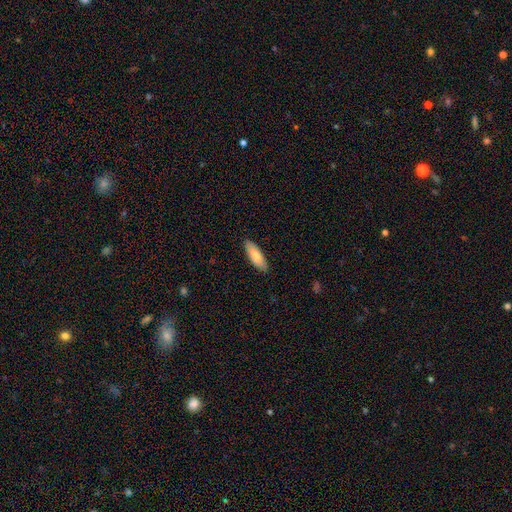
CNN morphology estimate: The model was most divided on "how rounded": in between: 65%, cigar-shaped: 34%, round: 2%. More confident: merging — none (88%); smooth or featured — smooth (81%).